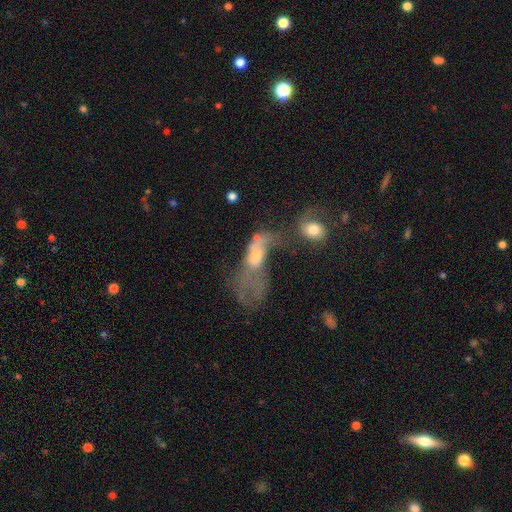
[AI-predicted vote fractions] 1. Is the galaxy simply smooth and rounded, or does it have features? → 44% featured or disk, 43% smooth, 14% star or artifact.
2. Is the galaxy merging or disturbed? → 41% merger (tied), 41% major disturbance (tied), 11% none, 8% minor disturbance.